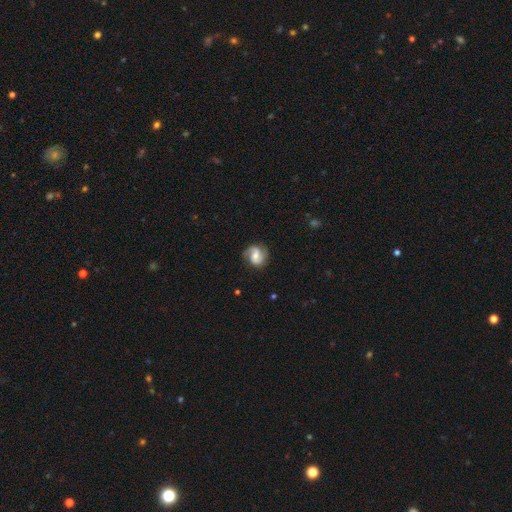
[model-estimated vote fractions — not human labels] Morphology: type=featured or disk (76%); edge-on=no (98%); bar=weak (46%); spiral arms=yes (95%); winding=medium (47%); arm count=2 (87%); bulge=moderate (54%); merging=none (77%).